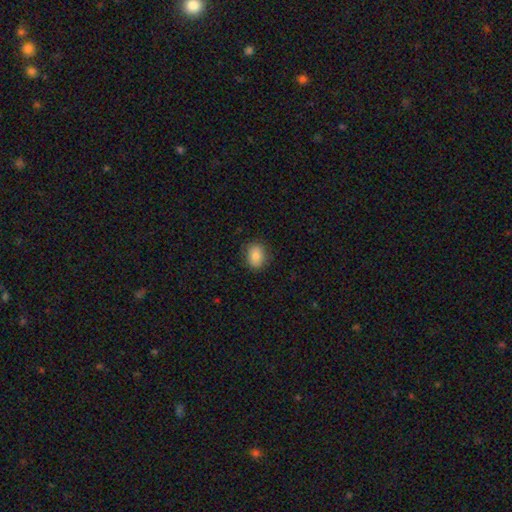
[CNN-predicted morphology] The model was most divided on "how rounded": in between: 57%, round: 42%, cigar-shaped: 1%. More confident: merging — none (84%); smooth or featured — smooth (83%).